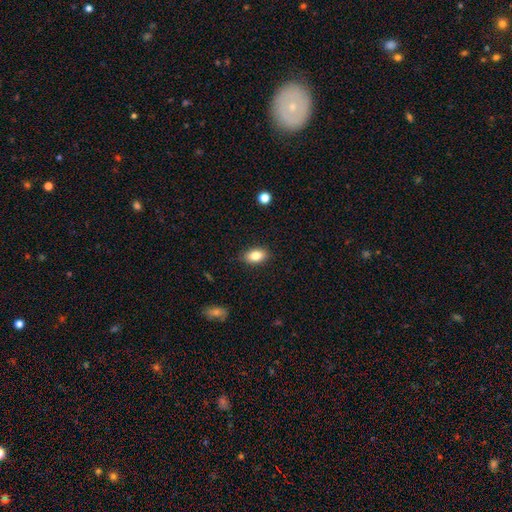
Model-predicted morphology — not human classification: The model was most divided on "smooth or featured": smooth: 84%, featured or disk: 9%, star or artifact: 8%. More confident: how rounded — in between (90%); merging — none (87%).